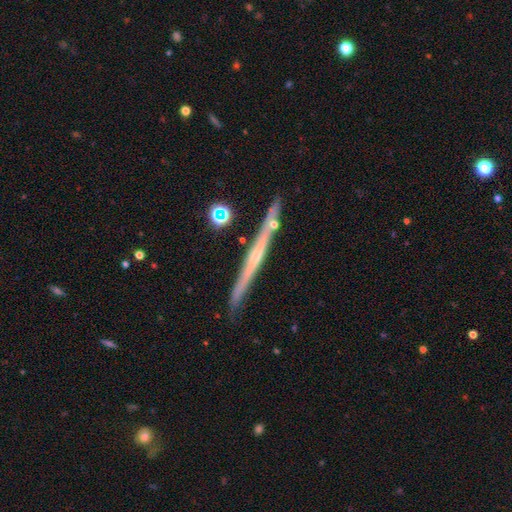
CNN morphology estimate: type=featured or disk (69%); edge-on=yes (97%); edge-on bulge=none (63%); merging=none (84%).